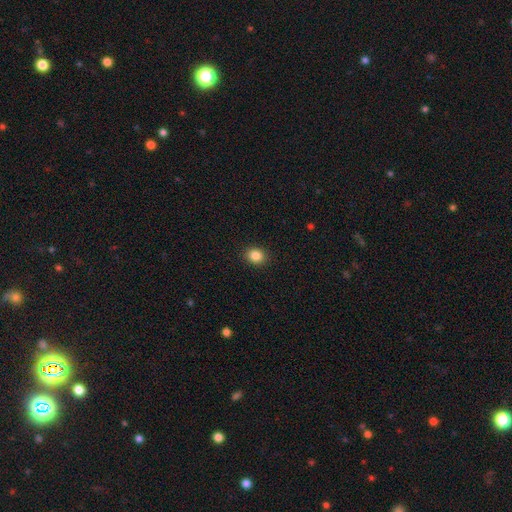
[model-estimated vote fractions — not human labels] smooth-or-featured: smooth: 85% | star or artifact: 10% | featured or disk: 4%
  how-rounded: round: 61% | in between: 38% | cigar-shaped: 1%
  merging: none: 91% | minor disturbance: 6% | major disturbance: 2% | merger: 1%